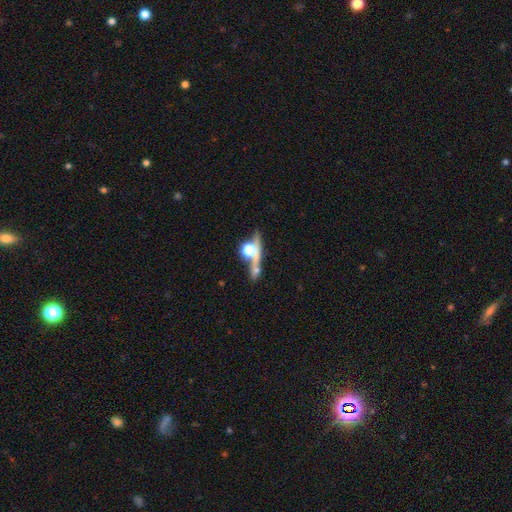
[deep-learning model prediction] Smooth or featured? featured or disk (40%)
Merging? none (48%)